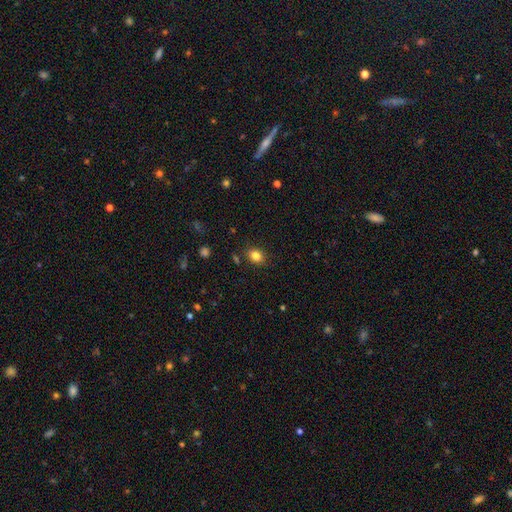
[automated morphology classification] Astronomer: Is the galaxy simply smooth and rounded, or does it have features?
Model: smooth — 83%.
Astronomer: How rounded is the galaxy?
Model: in between — 53% (runner-up: round, 46%).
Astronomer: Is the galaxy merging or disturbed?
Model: none — 85%.